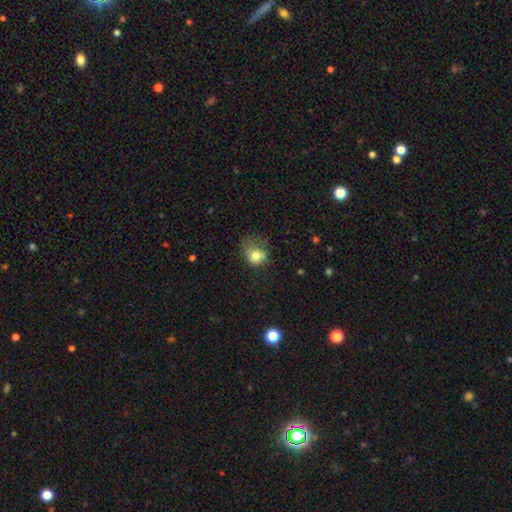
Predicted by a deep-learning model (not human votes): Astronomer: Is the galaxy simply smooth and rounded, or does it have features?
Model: smooth — 73%.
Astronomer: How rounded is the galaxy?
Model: round — 57% (runner-up: in between, 43%).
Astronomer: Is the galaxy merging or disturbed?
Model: major disturbance — 39% (runner-up: minor disturbance, 31%).